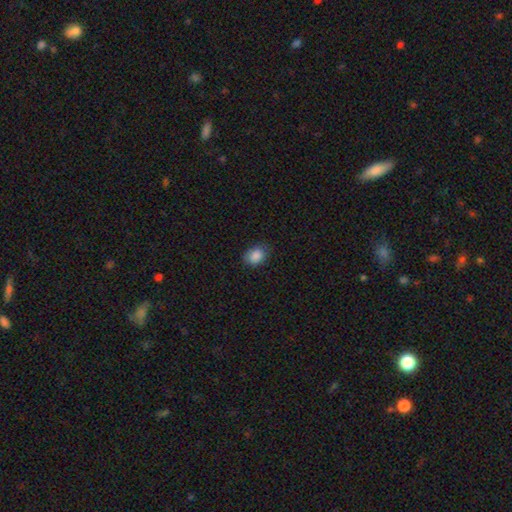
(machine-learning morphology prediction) smooth_or_featured: smooth (p=0.87) [alt: star or artifact p=0.09]
how_rounded: in between (p=0.67) [alt: round p=0.32]
merging: none (p=0.79) [alt: minor disturbance p=0.16]